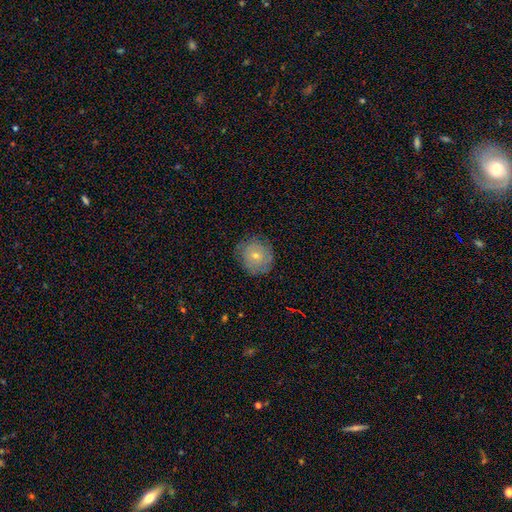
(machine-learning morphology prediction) Smooth or featured: smooth — 48% (featured or disk — 40%)
Merging: none — 81% (minor disturbance — 14%)